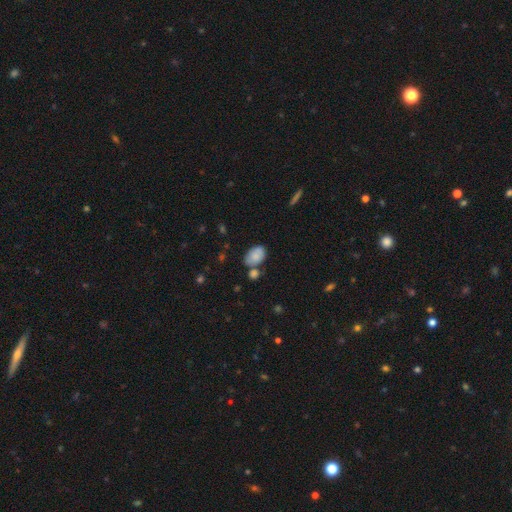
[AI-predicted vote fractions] Overall: smooth (81%). How rounded: in between (85%). Merging: none (50%; merger 25%).